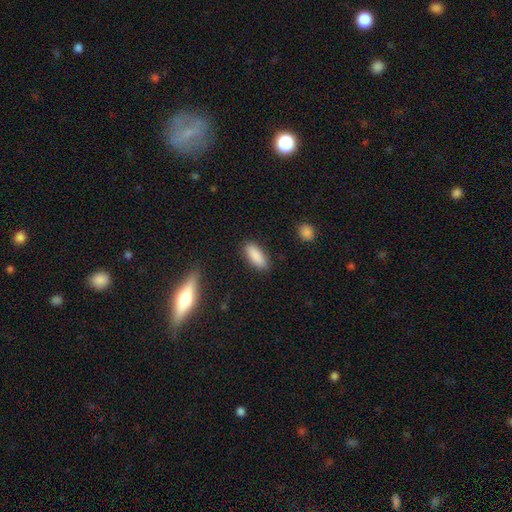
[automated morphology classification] The model was most divided on "how rounded": in between: 78%, cigar-shaped: 20%, round: 2%. More confident: smooth or featured — smooth (88%); merging — none (85%).